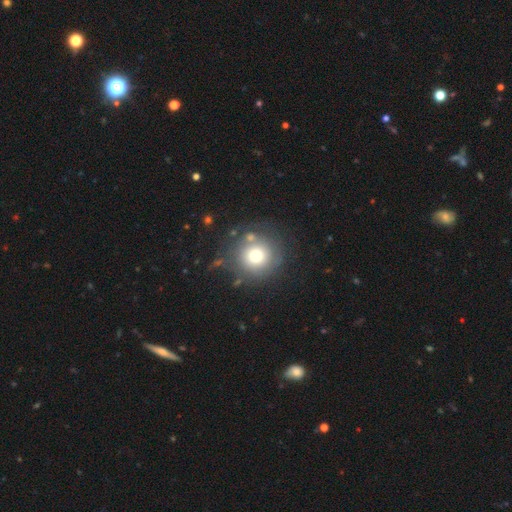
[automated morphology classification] A smooth galaxy with no disk features (71%) that is round (94%).

Vote fractions:
- Smooth or featured? smooth: 71% / featured or disk: 18% / star or artifact: 11%
- How rounded? round: 94% / in between: 5% / cigar-shaped: 1%
- Merging? none: 71% / minor disturbance: 14% / major disturbance: 9% / merger: 6%